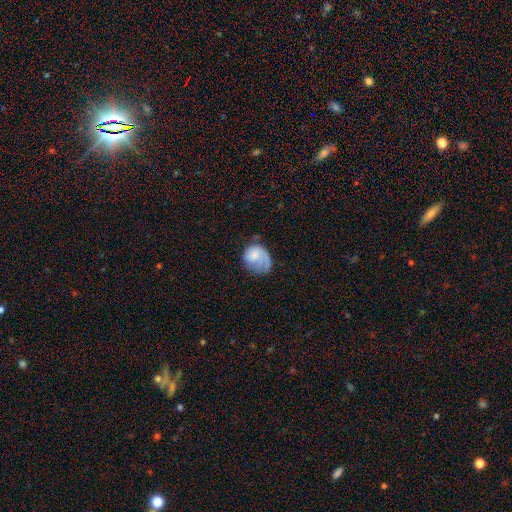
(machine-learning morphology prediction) This appears to be a featured or disk galaxy (48%). Merging: none (42%).